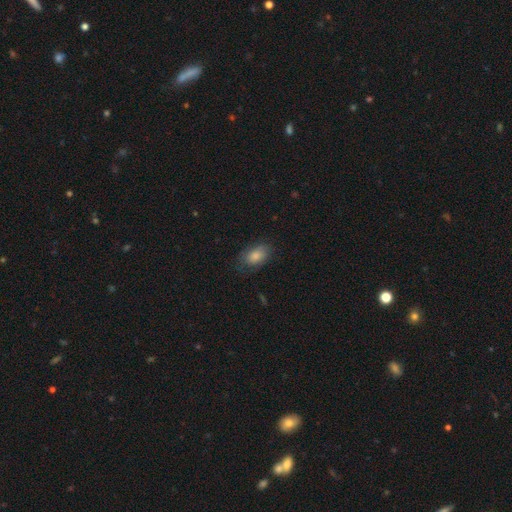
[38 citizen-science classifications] Smooth or featured?
  - smooth: 89% *
  - featured or disk: 5%
  - star or artifact: 5%
How rounded?
  - in between: 85% *
  - round: 15%
  - cigar-shaped: 0%
Merging?
  - none: 75% *
  - minor disturbance: 19%
  - major disturbance: 6%
  - merger: 0%